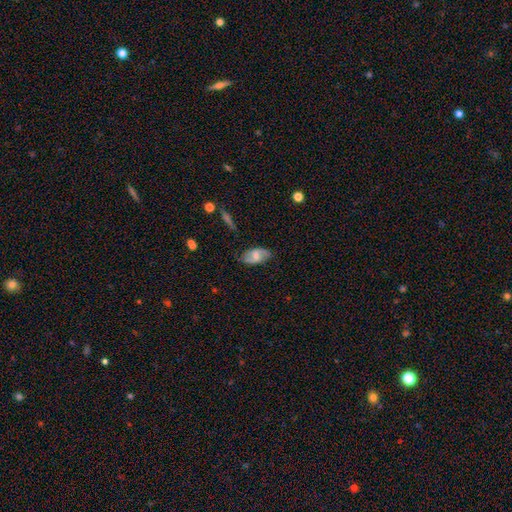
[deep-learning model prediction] This appears to be a featured or disk galaxy (56%) with a weak bar (48%), spiral arms (85%) and a moderate central bulge (49%). Merging: none (77%).